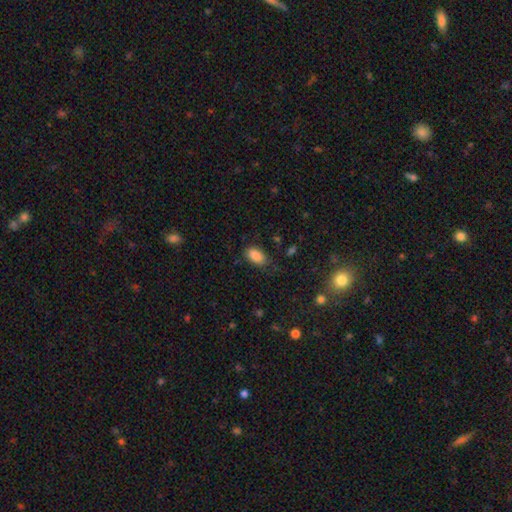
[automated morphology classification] smooth-or-featured: smooth: 86% | star or artifact: 9% | featured or disk: 5%
  how-rounded: in between: 92% | round: 5% | cigar-shaped: 3%
  merging: none: 71% | minor disturbance: 22% | major disturbance: 6% | merger: 2%